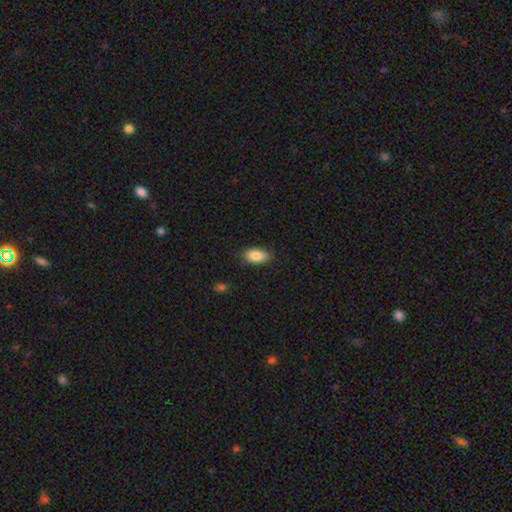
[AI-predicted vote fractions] A smooth galaxy with no disk features (87%) that is in between round and cigar-shaped (92%).

Vote fractions:
- Smooth or featured? smooth: 87% / star or artifact: 7% / featured or disk: 6%
- How rounded? in between: 92% / round: 4% / cigar-shaped: 4%
- Merging? none: 83% / minor disturbance: 14% / major disturbance: 3% / merger: 1%